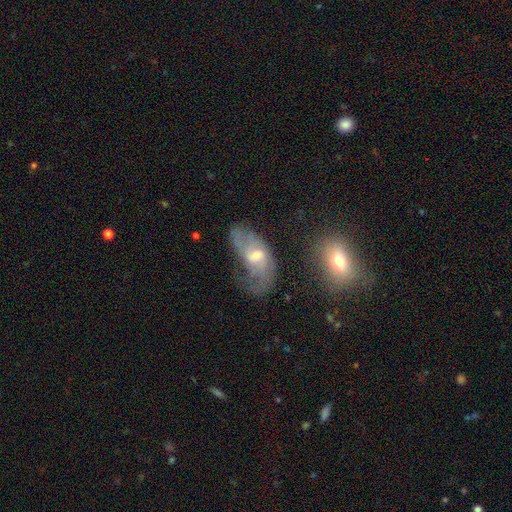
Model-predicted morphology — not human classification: Smooth or featured? Predicted: featured or disk (p=0.65). Edge-on disk? Predicted: no (p=0.94). Bar? Predicted: no (p=0.50). Spiral arms? Predicted: yes (p=0.75). Bulge size? Predicted: moderate (p=0.58). Merging? Predicted: none (p=0.37).